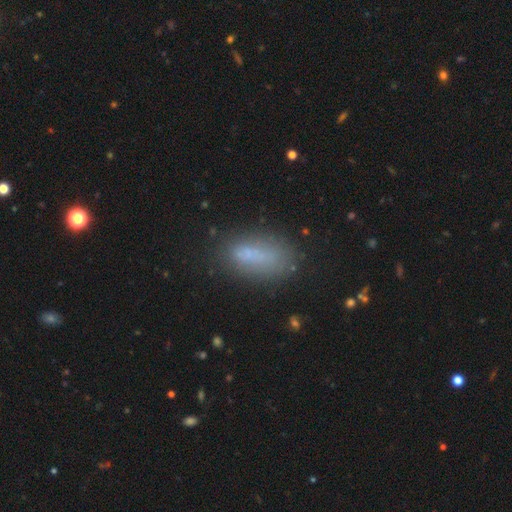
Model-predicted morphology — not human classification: smooth_or_featured: smooth (p=0.72) [alt: featured or disk p=0.16]
how_rounded: in between (p=0.69) [alt: cigar-shaped p=0.28]
merging: none (p=0.67) [alt: minor disturbance p=0.21]